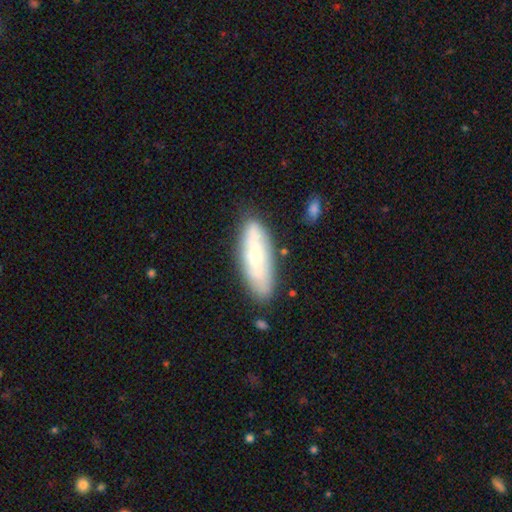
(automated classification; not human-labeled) Smooth or featured? Predicted: smooth (p=0.49). Merging? Predicted: none (p=0.77).